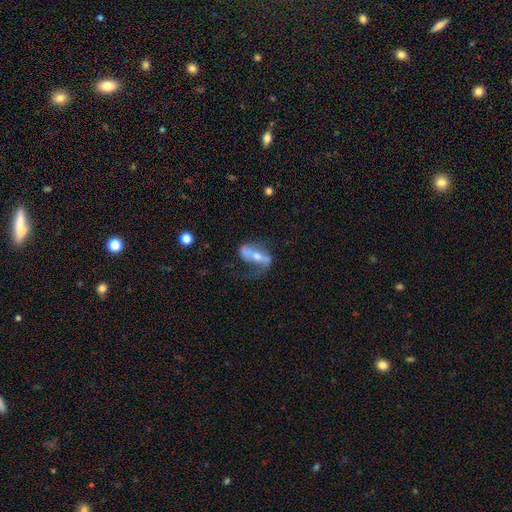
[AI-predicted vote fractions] smooth-or-featured: featured or disk: 65% | smooth: 28% | star or artifact: 7%
  disk-edge-on: no: 84% | yes: 16%
    bar: strong: 47% | no: 29% | weak: 24%
    has-spiral-arms: yes: 67% | no: 33%
    bulge-size: moderate: 59% | small: 29% | large: 7% | none: 4% | dominant: 2%
  merging: none: 39% | major disturbance: 34% | minor disturbance: 21% | merger: 6%